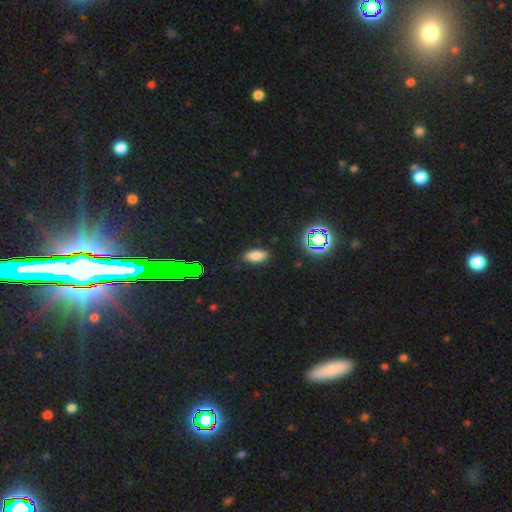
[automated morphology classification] This appears to be a smooth galaxy with no disk features (77%) that is in between round and cigar-shaped (88%). Merging: none (87%).